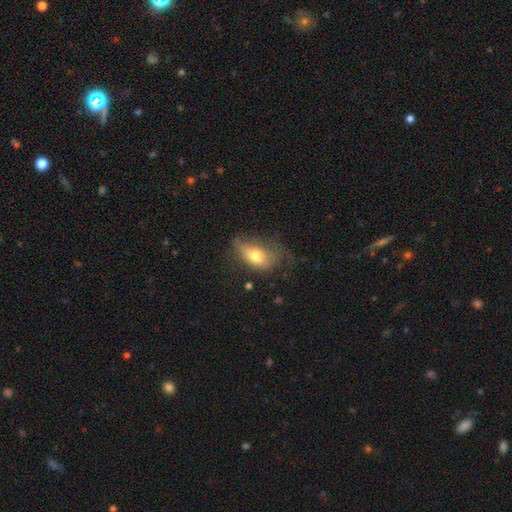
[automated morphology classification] This is likely a smooth galaxy (69%). How rounded: clearly in between (87%). Merging: marginally none (36%).